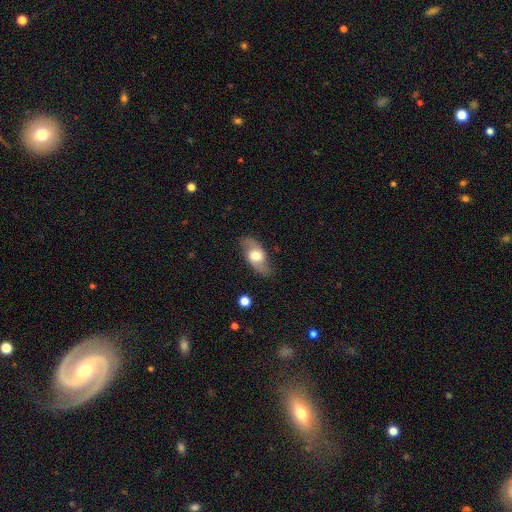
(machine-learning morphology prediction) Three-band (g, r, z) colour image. It shows a featured or disk galaxy (56%). Merging: none (81%).